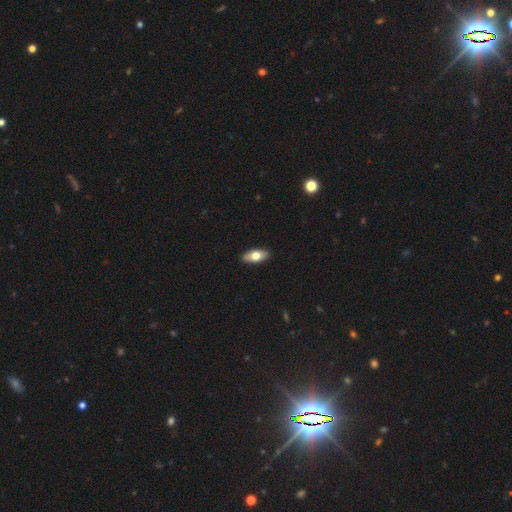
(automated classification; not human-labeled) Q: Smooth or featured?
A: smooth (70%); runner-up: featured or disk (24%)
Q: How rounded?
A: in between (84%); runner-up: cigar-shaped (12%)
Q: Merging?
A: none (90%); runner-up: minor disturbance (7%)